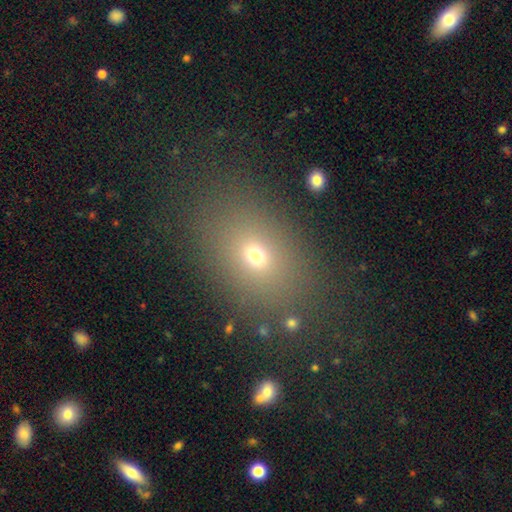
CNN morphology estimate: smooth-or-featured: smooth: 66% | star or artifact: 20% | featured or disk: 14%
  how-rounded: in between: 68% | round: 30% | cigar-shaped: 2%
  merging: none: 80% | minor disturbance: 11% | major disturbance: 6% | merger: 3%